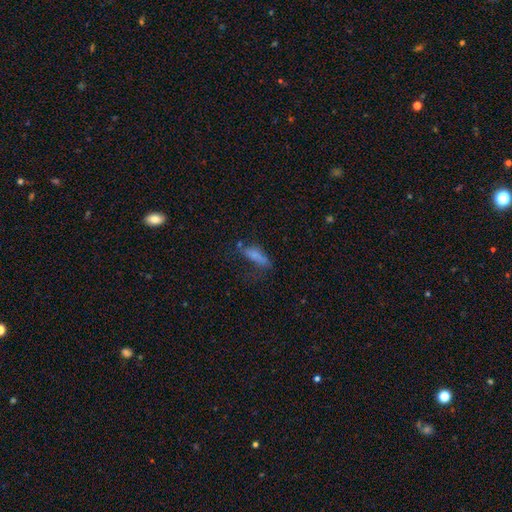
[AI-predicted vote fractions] Smooth or featured? Predicted: smooth (p=0.66). How rounded? Predicted: in between (p=0.53). Merging? Predicted: none (p=0.38).